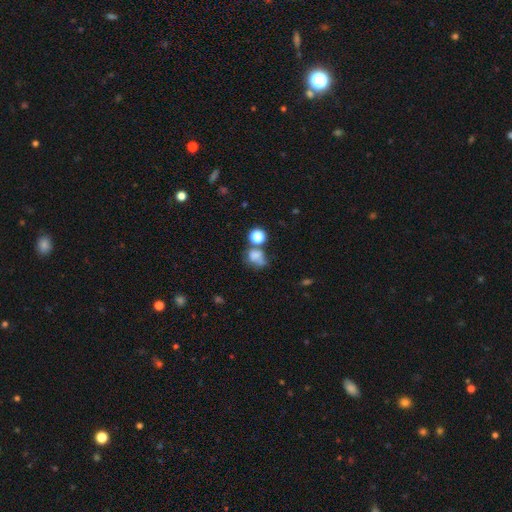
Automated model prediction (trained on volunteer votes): Q: Smooth or featured?
A: smooth (64%); runner-up: star or artifact (18%)
Q: How rounded?
A: round (50%); runner-up: in between (48%)
Q: Merging?
A: none (31%); tied with: merger (31%)